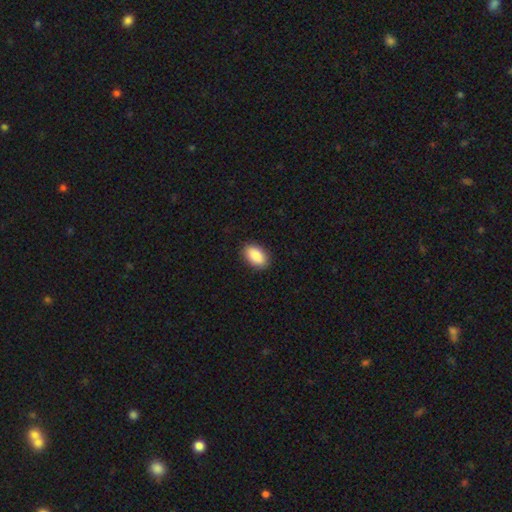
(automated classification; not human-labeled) Overall: smooth (88%). How rounded: in between (92%). Merging: none (89%).